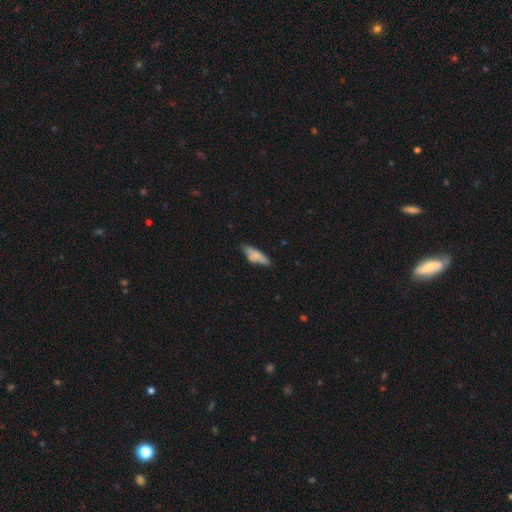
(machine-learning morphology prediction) Smooth or featured? smooth (68%)
How rounded? cigar-shaped (55%)
Merging? none (58%)